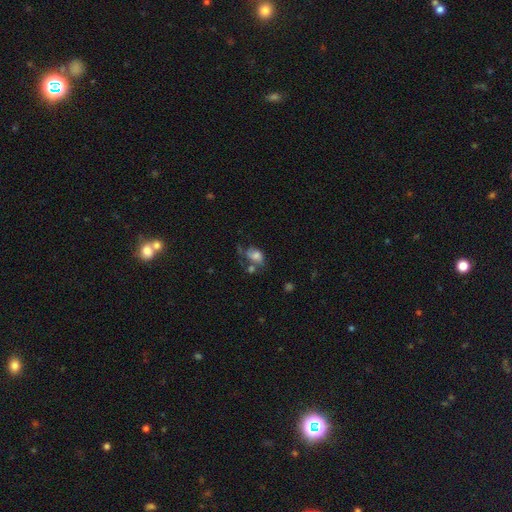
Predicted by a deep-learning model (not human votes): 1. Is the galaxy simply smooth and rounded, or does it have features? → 55% smooth, 33% featured or disk, 12% star or artifact.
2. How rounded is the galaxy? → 78% in between, 21% round, 2% cigar-shaped.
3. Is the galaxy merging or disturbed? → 29% none, 28% major disturbance, 23% minor disturbance, 20% merger.